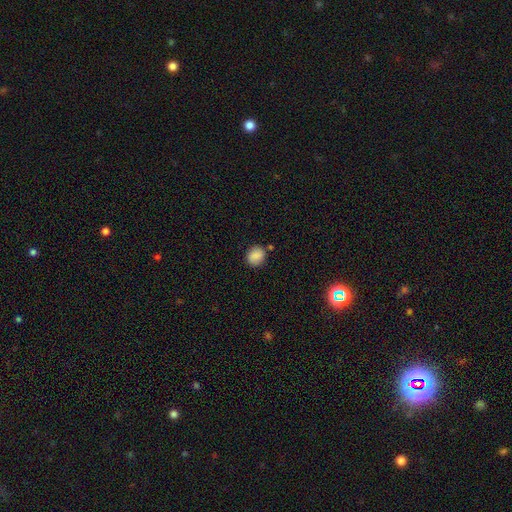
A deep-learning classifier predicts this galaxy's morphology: This is clearly a smooth galaxy (87%). How rounded: likely round (65%). Merging: clearly none (80%).